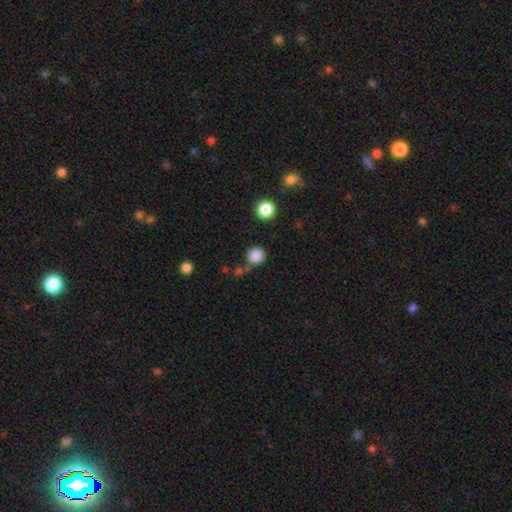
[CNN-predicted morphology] smooth 85%, star or artifact 12%, featured or disk 4%. Down the decision tree: how rounded — round (92%); merging — none (72%).